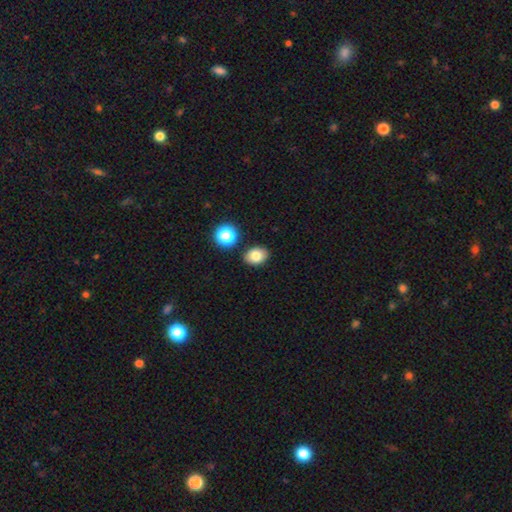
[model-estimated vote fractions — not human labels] smooth_or_featured: smooth (p=0.80) [alt: star or artifact p=0.11]
how_rounded: in between (p=0.69) [alt: round p=0.30]
merging: none (p=0.85) [alt: minor disturbance p=0.08]